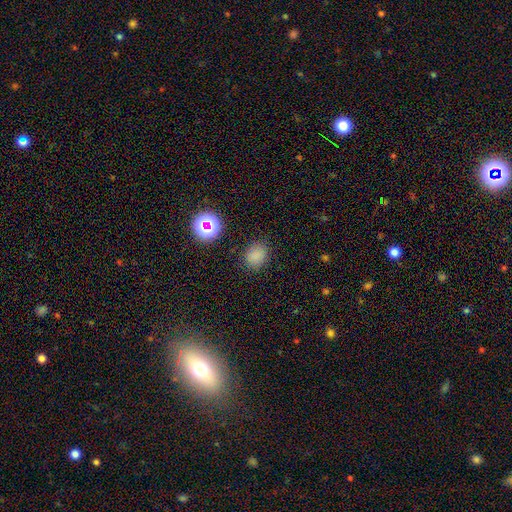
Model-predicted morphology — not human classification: Smooth or featured? smooth (78%)
How rounded? round (56%)
Merging? none (83%)